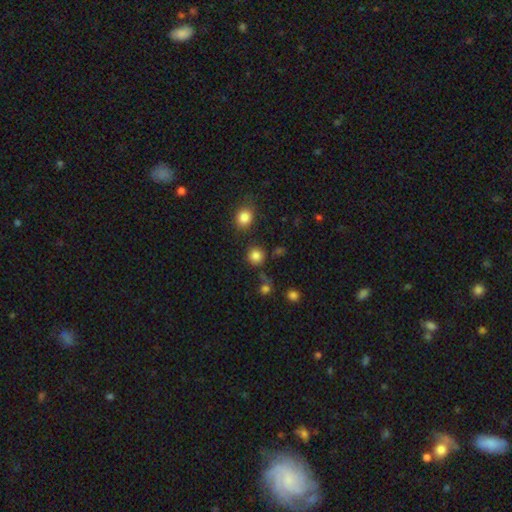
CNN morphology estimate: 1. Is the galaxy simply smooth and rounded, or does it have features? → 83% smooth, 13% star or artifact, 4% featured or disk.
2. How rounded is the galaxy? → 91% round, 8% in between, 1% cigar-shaped.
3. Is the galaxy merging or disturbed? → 81% none, 10% minor disturbance, 6% merger, 4% major disturbance.